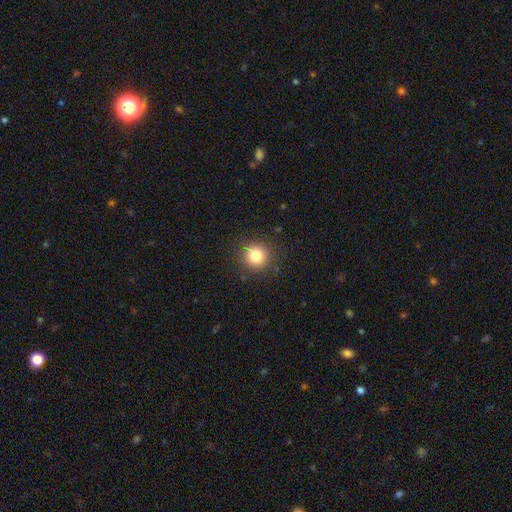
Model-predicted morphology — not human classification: Smooth or featured? Predicted: smooth (p=0.81). How rounded? Predicted: round (p=0.93). Merging? Predicted: none (p=0.88).